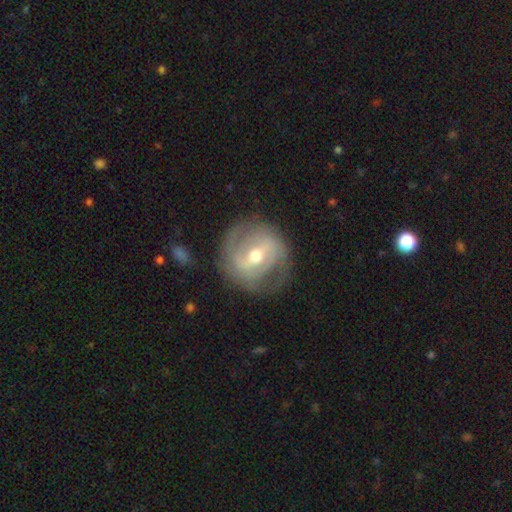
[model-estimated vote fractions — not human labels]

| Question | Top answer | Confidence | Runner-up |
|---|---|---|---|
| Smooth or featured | featured or disk | 76% | smooth (18%) |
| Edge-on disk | no | 96% | yes (4%) |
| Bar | weak | 44% | strong (37%) |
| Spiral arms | yes | 78% | no (22%) |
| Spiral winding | tight | 43% | medium (39%) |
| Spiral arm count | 2 | 64% | can't tell (22%) |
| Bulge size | moderate | 69% | small (25%) |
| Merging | none | 75% | minor disturbance (16%) |